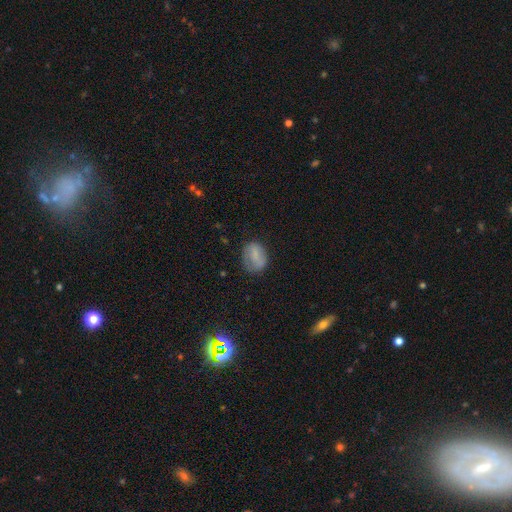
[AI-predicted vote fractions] Smooth or featured? Predicted: smooth (p=0.70). How rounded? Predicted: in between (p=0.61). Merging? Predicted: none (p=0.62).